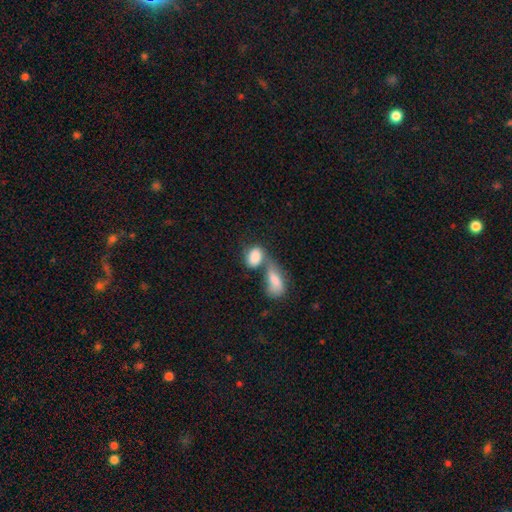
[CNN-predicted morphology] Smooth or featured?
  - smooth: 81% *
  - featured or disk: 11%
  - star or artifact: 7%
How rounded?
  - in between: 84% *
  - round: 13%
  - cigar-shaped: 3%
Merging?
  - merger: 62% *
  - none: 20%
  - minor disturbance: 10%
  - major disturbance: 8%